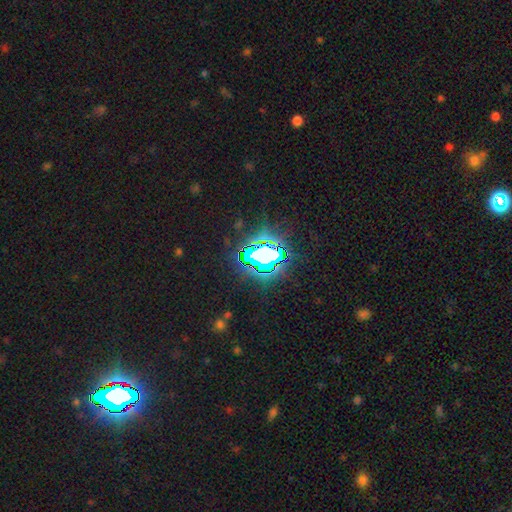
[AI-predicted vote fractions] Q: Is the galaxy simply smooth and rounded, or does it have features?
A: star or artifact — 80%.